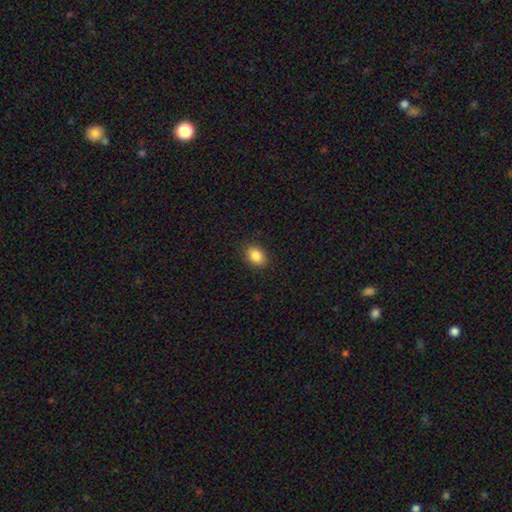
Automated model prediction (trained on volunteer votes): smooth_or_featured: smooth (p=0.87) [alt: star or artifact p=0.08]
how_rounded: in between (p=0.77) [alt: round p=0.22]
merging: none (p=0.88) [alt: minor disturbance p=0.09]